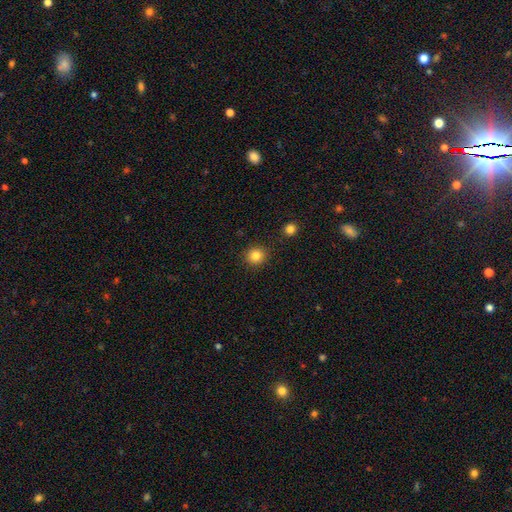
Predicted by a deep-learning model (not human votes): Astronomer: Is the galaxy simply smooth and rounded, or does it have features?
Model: smooth — 84%.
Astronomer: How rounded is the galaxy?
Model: round — 90%.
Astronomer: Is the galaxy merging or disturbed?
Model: none — 90%.